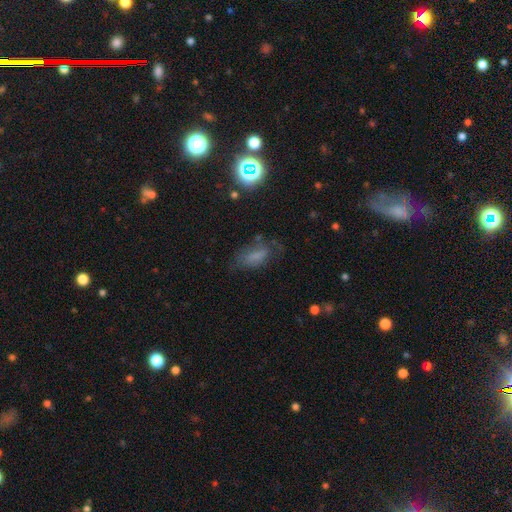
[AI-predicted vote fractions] A smooth galaxy with no disk features (58%) that is in between round and cigar-shaped (81%). Merging: none (57%).